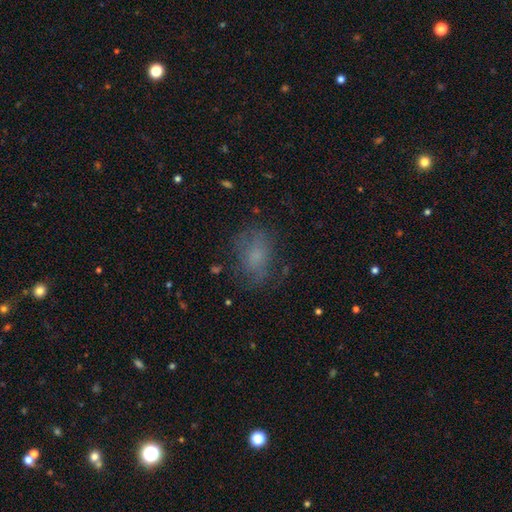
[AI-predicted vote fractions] Overall: smooth (63%; featured or disk 23%). How rounded: in between (74%). Merging: none (61%; minor disturbance 22%).